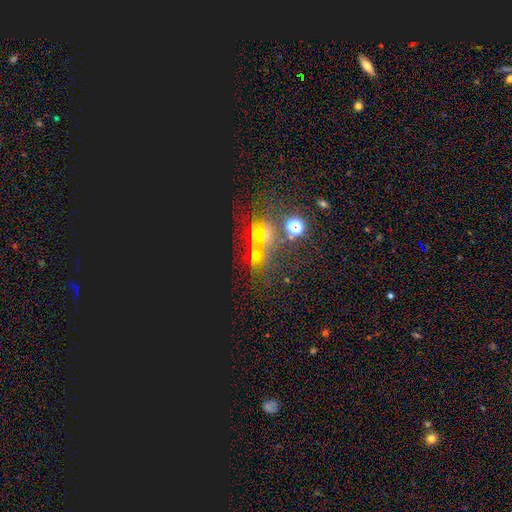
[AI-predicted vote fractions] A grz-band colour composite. It shows a star or artifact, not a galaxy (63%).